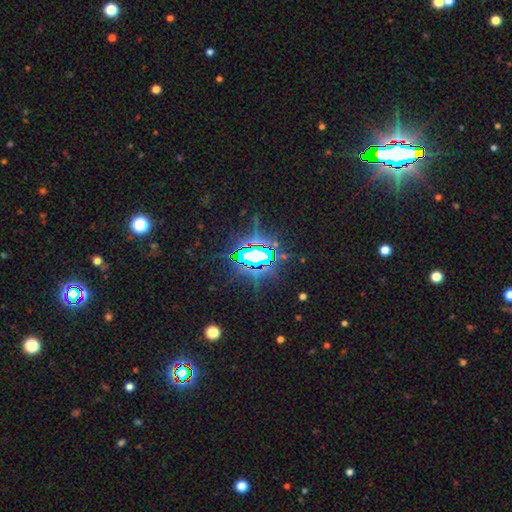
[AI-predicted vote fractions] smooth-or-featured: star or artifact: 79% | featured or disk: 11% | smooth: 10%